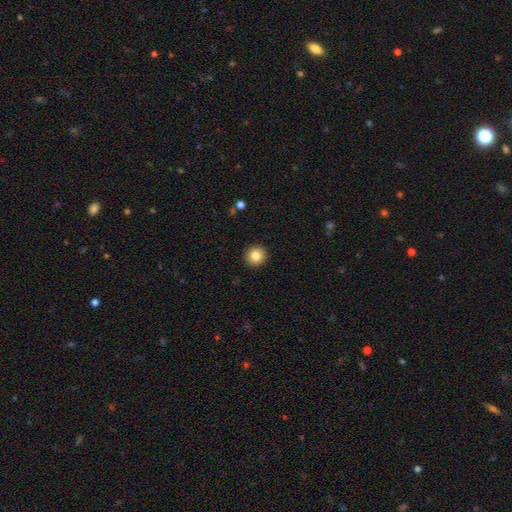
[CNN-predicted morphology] This is clearly a smooth galaxy (83%). How rounded: clearly round (93%). Merging: clearly none (93%).